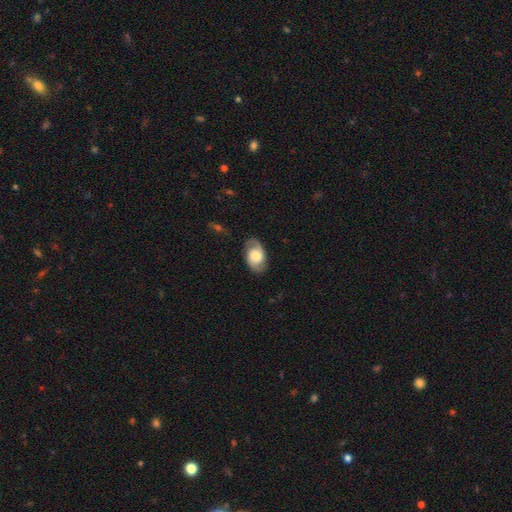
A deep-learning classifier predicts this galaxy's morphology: A featured or disk galaxy (66%) with no bar (62%), 2 (88%) medium (45%) spiral arms (90%) and a moderate central bulge (42%). Merging: none (80%).